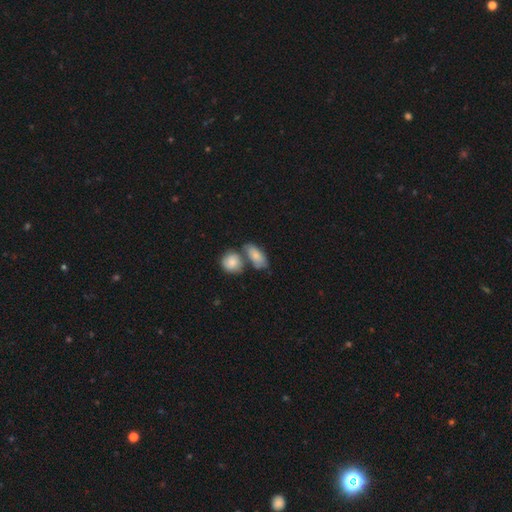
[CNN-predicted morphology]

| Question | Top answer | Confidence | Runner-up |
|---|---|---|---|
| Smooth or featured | smooth | 77% | featured or disk (16%) |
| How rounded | in between | 83% | round (10%) |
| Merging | merger | 41% | none (39%) |